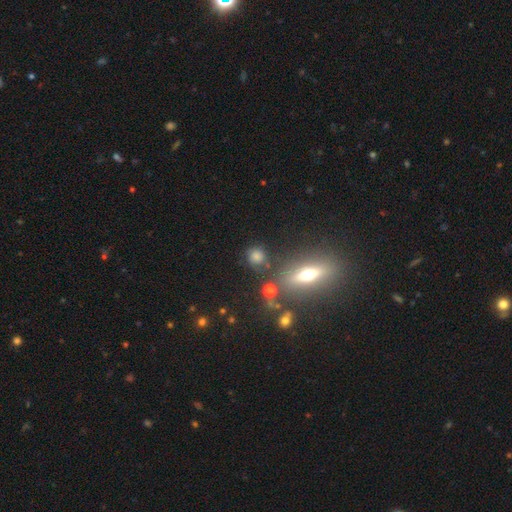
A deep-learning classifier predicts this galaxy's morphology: Smooth or featured? smooth (66%)
How rounded? round (77%)
Merging? none (75%)